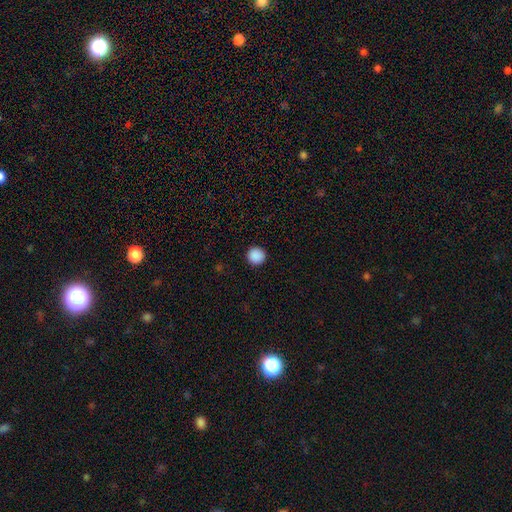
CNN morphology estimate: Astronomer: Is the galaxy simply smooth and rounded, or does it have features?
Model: smooth — 89%.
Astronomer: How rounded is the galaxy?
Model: round — 95%.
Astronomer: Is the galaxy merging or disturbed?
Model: none — 93%.